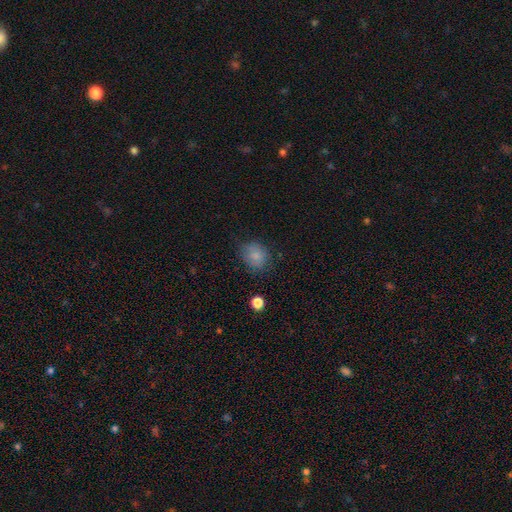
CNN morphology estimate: Q: Smooth or featured?
A: smooth (82%); runner-up: star or artifact (10%)
Q: How rounded?
A: round (65%); runner-up: in between (34%)
Q: Merging?
A: none (71%); runner-up: minor disturbance (21%)